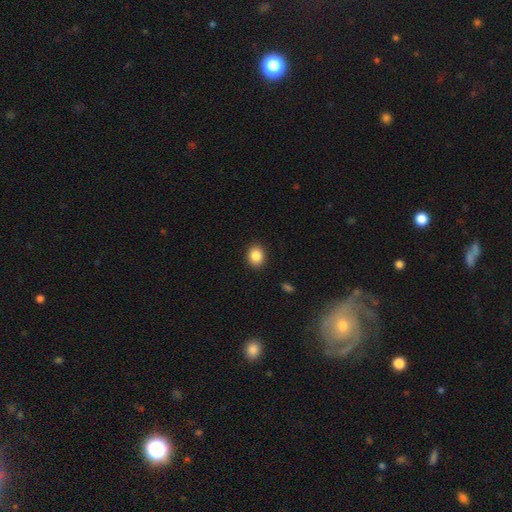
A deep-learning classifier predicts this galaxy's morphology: smooth-or-featured: smooth: 87% | star or artifact: 9% | featured or disk: 5%
  how-rounded: round: 59% | in between: 40% | cigar-shaped: 1%
  merging: none: 90% | minor disturbance: 7% | major disturbance: 2% | merger: 1%